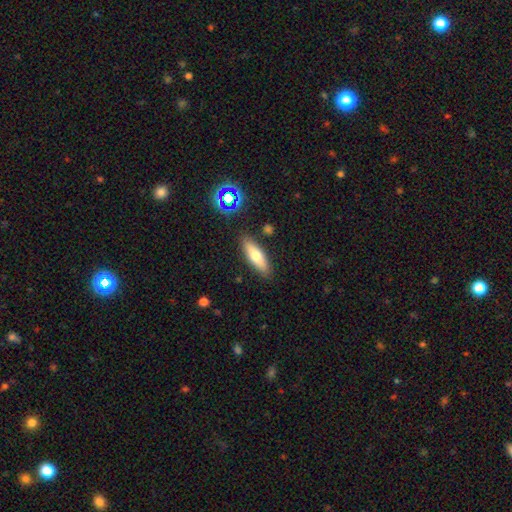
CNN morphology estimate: A smooth galaxy with no disk features (68%) that is cigar-shaped (50%).

Vote fractions:
- Smooth or featured? smooth: 68% / featured or disk: 24% / star or artifact: 8%
- How rounded? cigar-shaped: 50% / in between: 48% / round: 2%
- Merging? none: 85% / minor disturbance: 10% / merger: 3% / major disturbance: 2%